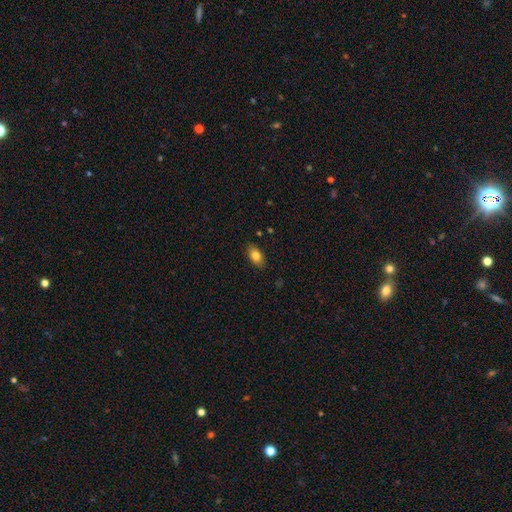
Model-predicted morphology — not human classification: Smooth or featured?
  - smooth: 80% *
  - featured or disk: 12%
  - star or artifact: 8%
How rounded?
  - in between: 89% *
  - round: 7%
  - cigar-shaped: 4%
Merging?
  - none: 86% *
  - minor disturbance: 11%
  - major disturbance: 2%
  - merger: 1%